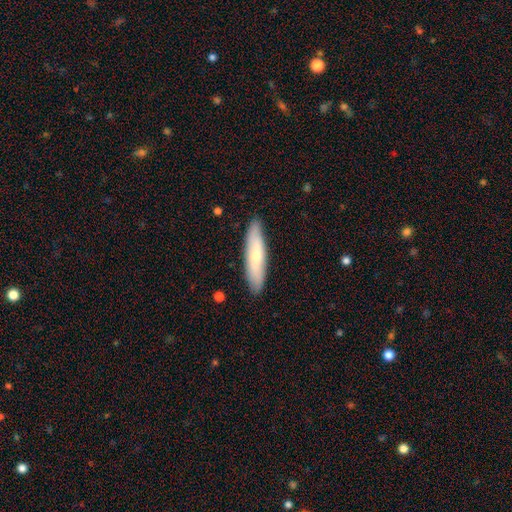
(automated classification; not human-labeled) A smooth galaxy with no disk features (61%) that is cigar-shaped (79%). Merging: none (88%).